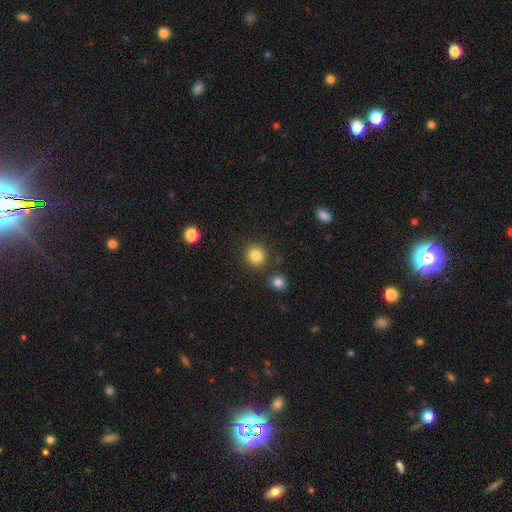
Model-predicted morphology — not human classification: Overall: smooth (85%). How rounded: round (91%). Merging: none (87%).